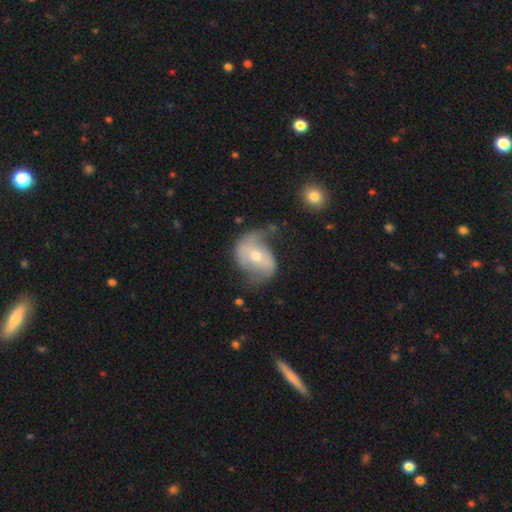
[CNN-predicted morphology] Smooth or featured?
  - featured or disk: 76% *
  - smooth: 18%
  - star or artifact: 6%
Edge-on disk?
  - no: 97% *
  - yes: 3%
Bar?
  - no: 41% *
  - weak: 38%
  - strong: 21%
Spiral arms?
  - yes: 87% *
  - no: 13%
Spiral winding?
  - loose: 56% *
  - medium: 32%
  - tight: 12%
Spiral arm count?
  - 2: 81% *
  - 1: 8%
  - can't tell: 7%
  - 3: 1%
  - 4: 1%
  - more than 4: 1%
Bulge size?
  - moderate: 55% *
  - small: 39%
  - large: 3%
  - none: 1%
  - dominant: 1%
Merging?
  - none: 48% *
  - minor disturbance: 27%
  - major disturbance: 21%
  - merger: 3%